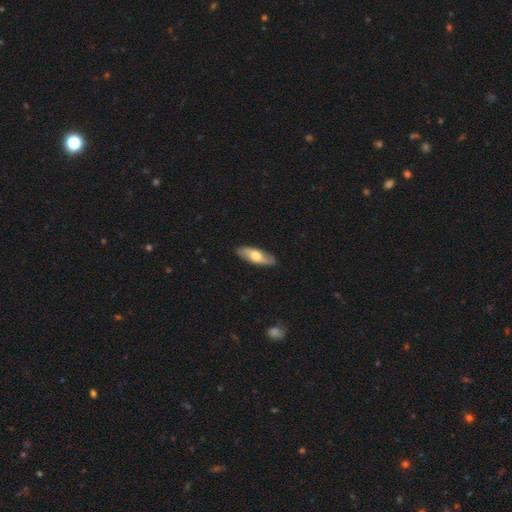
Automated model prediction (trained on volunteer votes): The model was most divided on "smooth or featured": smooth: 51%, featured or disk: 44%, star or artifact: 5%. More confident: merging — none (88%); how rounded — in between (64%).